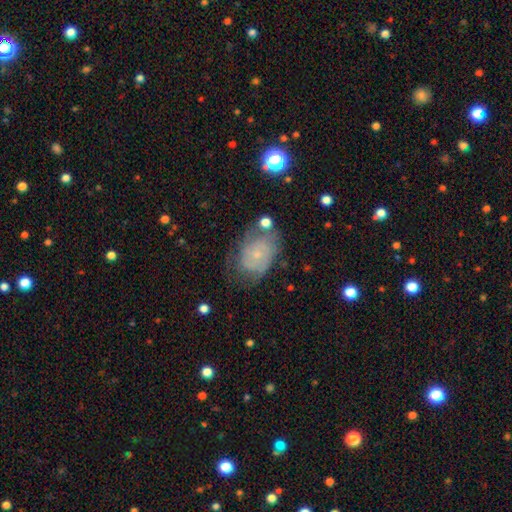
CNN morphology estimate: featured or disk 51%, smooth 38%, star or artifact 10%. Down the decision tree: edge-on disk — no (96%); merging — none (50%).